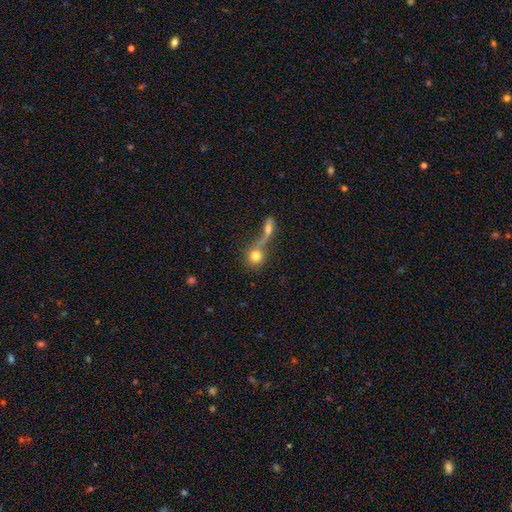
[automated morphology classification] Smooth or featured: smooth — 76% (featured or disk — 14%)
How rounded: round — 85% (in between — 12%)
Merging: merger — 43% (none — 39%)